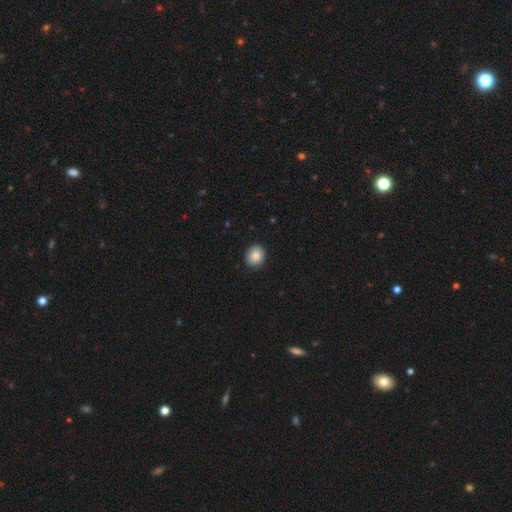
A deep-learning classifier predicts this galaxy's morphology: smooth_or_featured: smooth (p=0.86) [alt: star or artifact p=0.08]
how_rounded: round (p=0.70) [alt: in between p=0.29]
merging: none (p=0.88) [alt: minor disturbance p=0.09]